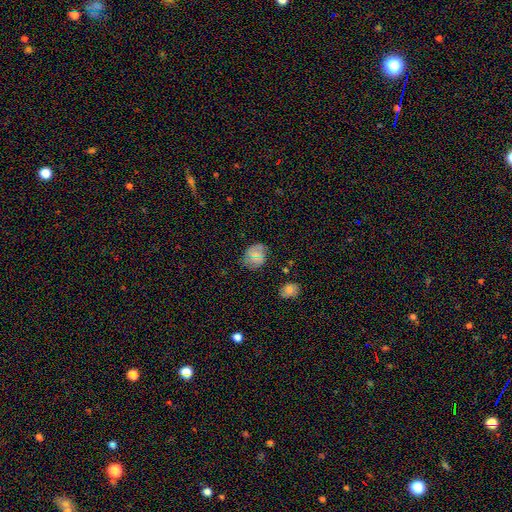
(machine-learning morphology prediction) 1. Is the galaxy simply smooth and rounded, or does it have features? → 65% smooth, 21% star or artifact, 14% featured or disk.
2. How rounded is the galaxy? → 54% round, 44% in between, 2% cigar-shaped.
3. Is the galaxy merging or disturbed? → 78% none, 16% minor disturbance, 4% major disturbance, 2% merger.